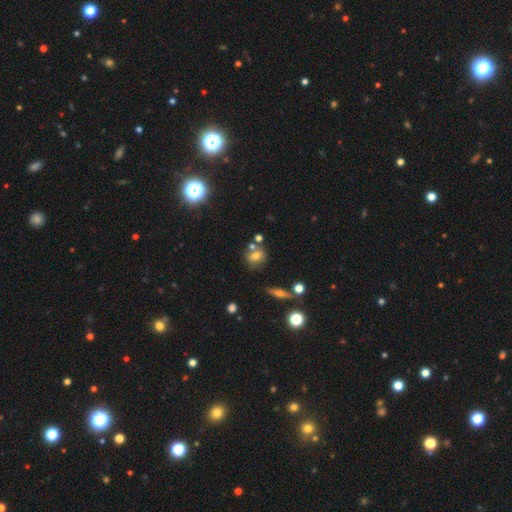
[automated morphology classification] smooth 63%, featured or disk 22%, star or artifact 15%. Down the decision tree: how rounded — round (57%); merging — none (62%).